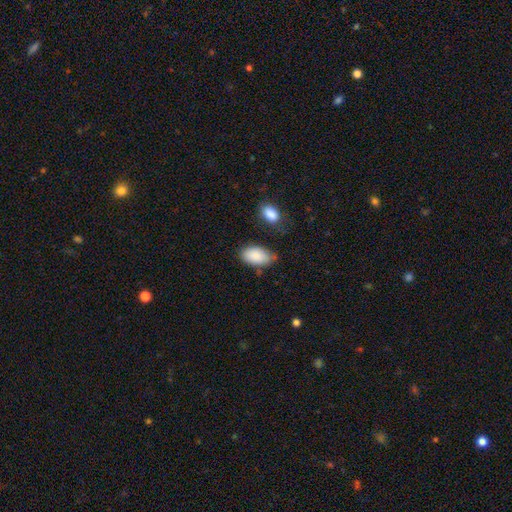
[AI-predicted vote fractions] Overall: smooth (87%). How rounded: in between (94%). Merging: none (70%).